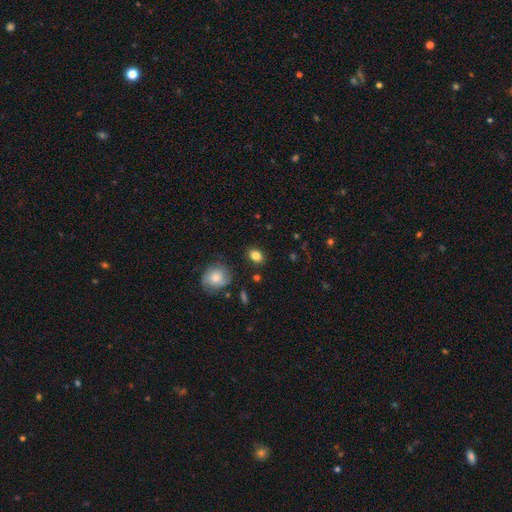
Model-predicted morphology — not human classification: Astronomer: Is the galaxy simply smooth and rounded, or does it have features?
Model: smooth — 84%.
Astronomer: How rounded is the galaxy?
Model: in between — 69%.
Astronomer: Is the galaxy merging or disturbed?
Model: none — 84%.